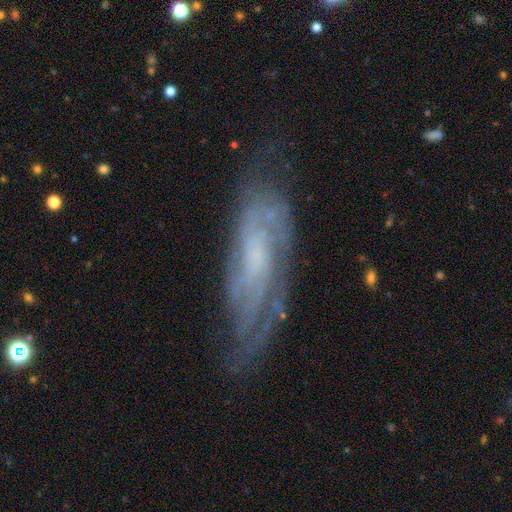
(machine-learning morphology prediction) A featured or disk galaxy (76%) with no bar (60%), tight (56%) spiral arms (89%) and a small central bulge (40%).

Vote fractions:
- Smooth or featured? featured or disk: 76% / smooth: 16% / star or artifact: 8%
- Edge-on disk? no: 81% / yes: 19%
- Bar? no: 60% / weak: 33% / strong: 7%
- Spiral arms? yes: 89% / no: 11%
- Spiral winding? tight: 56% / medium: 34% / loose: 10%
- Spiral arm count? can't tell: 52% / 2: 21% / 3: 12% / 4: 7% / 1: 5% / more than 4: 4%
- Bulge size? small: 40% / none: 28% / moderate: 26% / large: 4% / dominant: 1%
- Merging? none: 67% / minor disturbance: 22% / major disturbance: 9% / merger: 2%